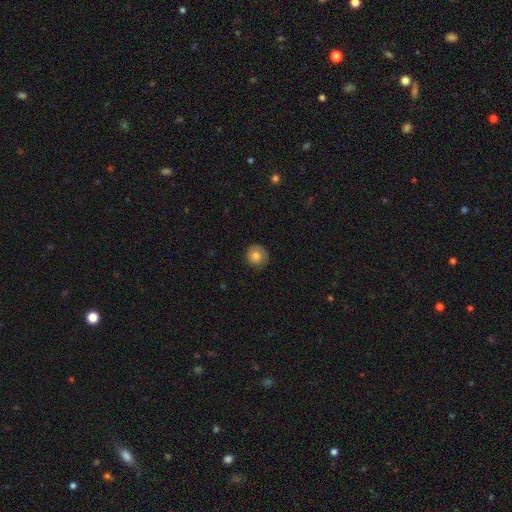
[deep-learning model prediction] A smooth galaxy with no disk features (73%) that is round (90%). Merging: none (79%).